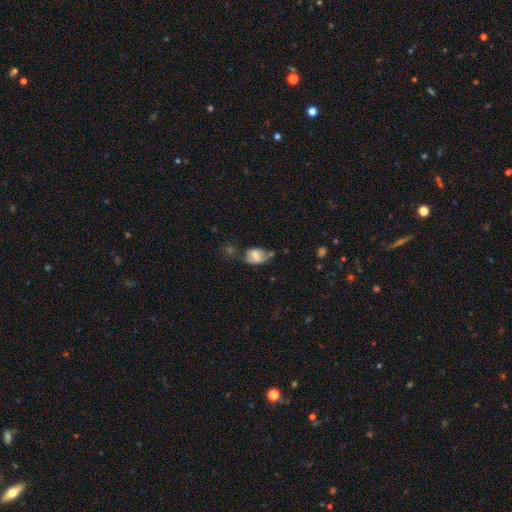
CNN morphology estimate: This is likely a smooth galaxy (61%). How rounded: clearly in between (82%). Merging: marginally none (37%).